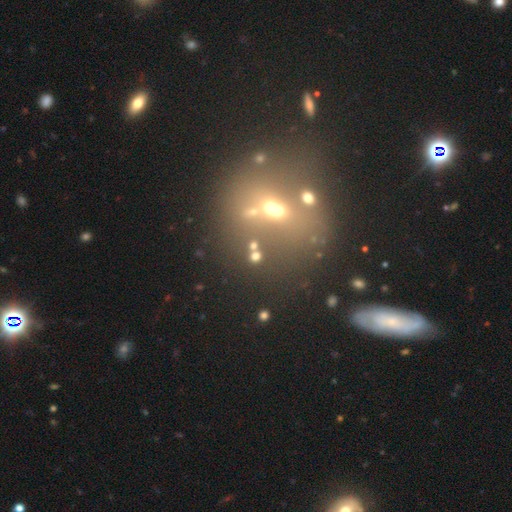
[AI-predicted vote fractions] The model was most divided on "smooth or featured": smooth: 41%, star or artifact: 40%, featured or disk: 19%. More confident: merging — none (51%).